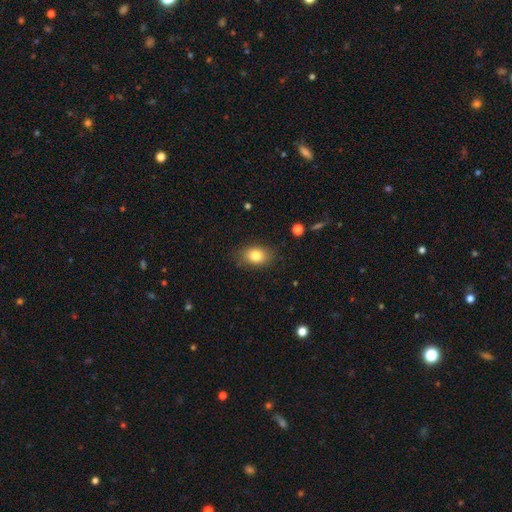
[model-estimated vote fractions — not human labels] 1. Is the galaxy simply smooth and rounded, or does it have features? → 81% smooth, 10% star or artifact, 9% featured or disk.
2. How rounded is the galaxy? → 75% in between, 24% round, 1% cigar-shaped.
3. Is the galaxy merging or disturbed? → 81% none, 14% minor disturbance, 3% major disturbance, 1% merger.